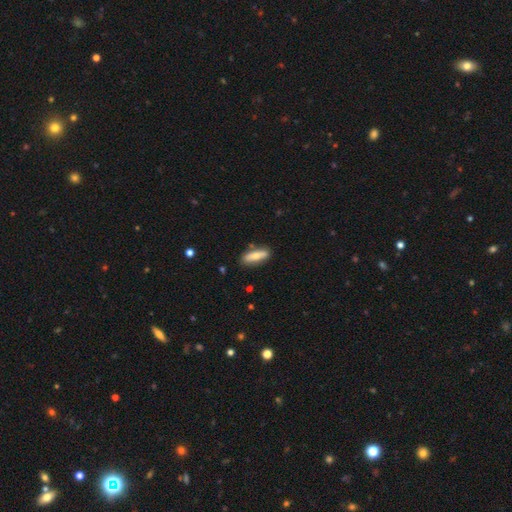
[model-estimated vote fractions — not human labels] The model was most divided on "how rounded": in between: 56%, cigar-shaped: 42%, round: 2%. More confident: merging — none (80%); smooth or featured — smooth (70%).